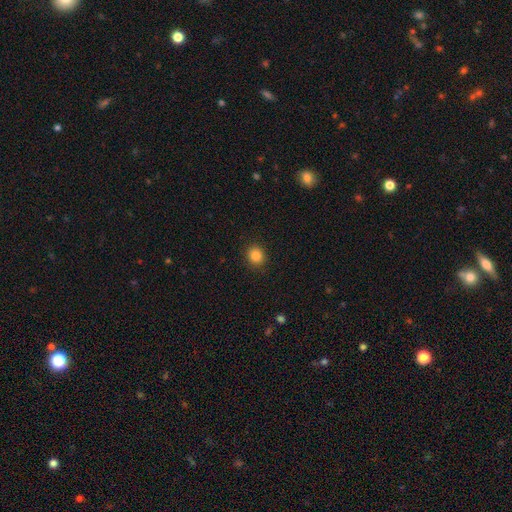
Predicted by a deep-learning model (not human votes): This appears to be a smooth galaxy with no disk features (84%) that is round (84%). Merging: none (91%).